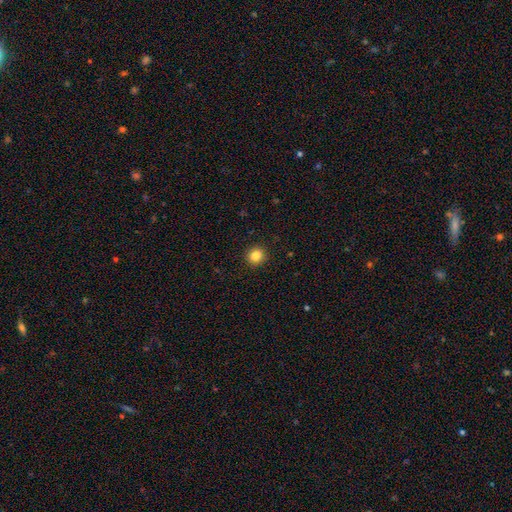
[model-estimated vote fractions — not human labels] smooth 83%, star or artifact 11%, featured or disk 5%. Down the decision tree: how rounded — round (89%); merging — none (93%).